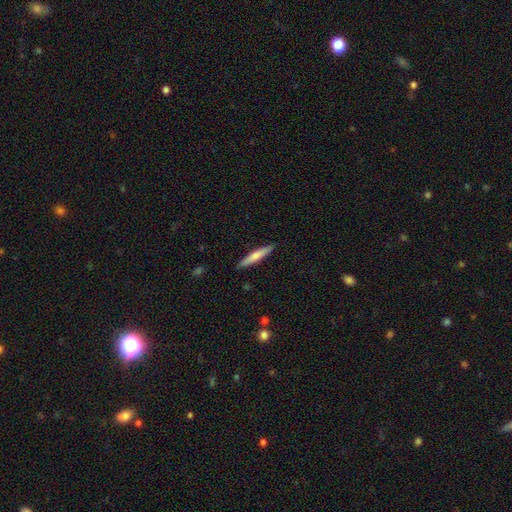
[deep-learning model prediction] A smooth galaxy with no disk features (64%) that is cigar-shaped (92%).

Vote fractions:
- Smooth or featured? smooth: 64% / featured or disk: 31% / star or artifact: 5%
- How rounded? cigar-shaped: 92% / in between: 6% / round: 1%
- Merging? none: 90% / minor disturbance: 8% / major disturbance: 1% / merger: 1%